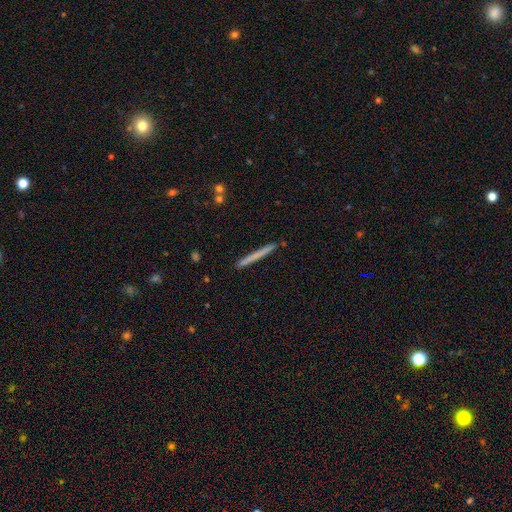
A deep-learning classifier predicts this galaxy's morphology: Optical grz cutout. It shows a smooth galaxy with no disk features (63%) that is cigar-shaped (97%). Merging: none (91%).